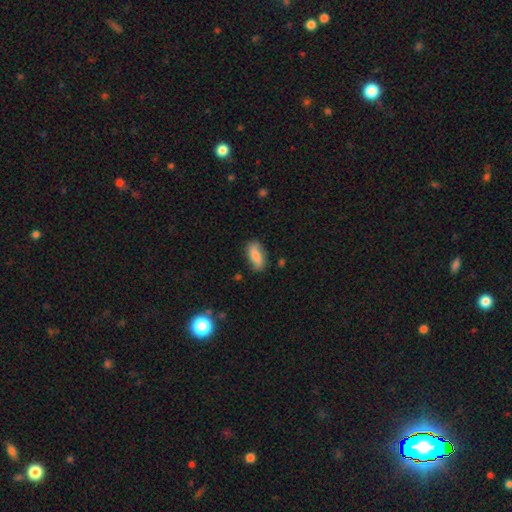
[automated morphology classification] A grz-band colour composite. It shows a smooth galaxy with no disk features (73%) that is in between round and cigar-shaped (81%). Merging: none (73%).